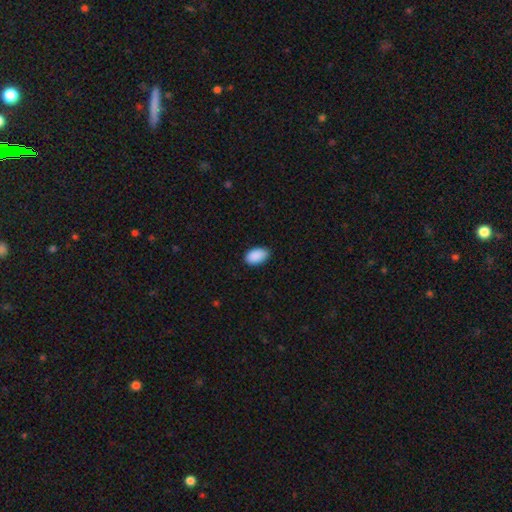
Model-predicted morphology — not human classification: smooth-or-featured: smooth: 91% | star or artifact: 7% | featured or disk: 2%
  how-rounded: in between: 93% | round: 5% | cigar-shaped: 1%
  merging: none: 83% | minor disturbance: 14% | major disturbance: 2% | merger: 1%